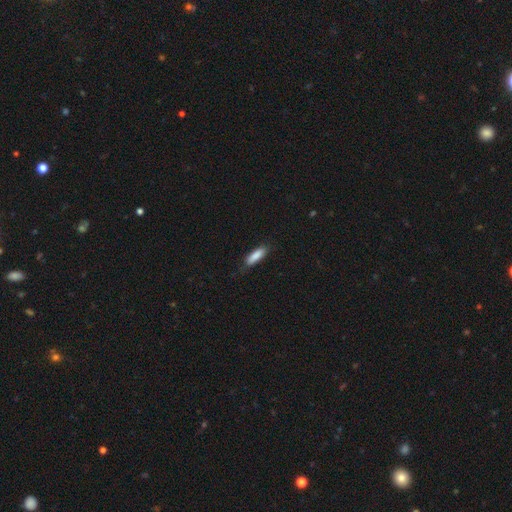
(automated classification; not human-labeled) A smooth galaxy with no disk features (85%) that is cigar-shaped (58%). Merging: none (77%).